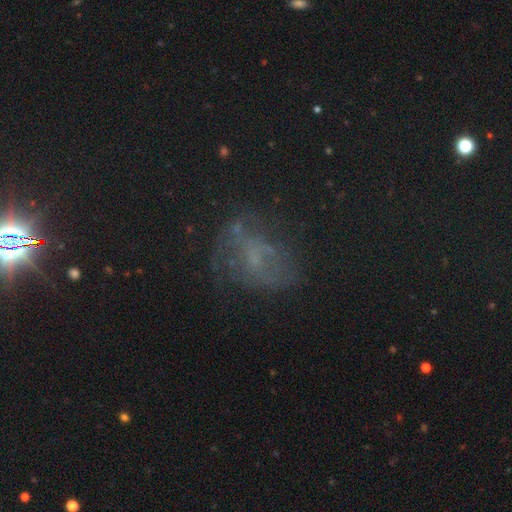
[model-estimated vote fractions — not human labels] Smooth or featured? star or artifact (37%)